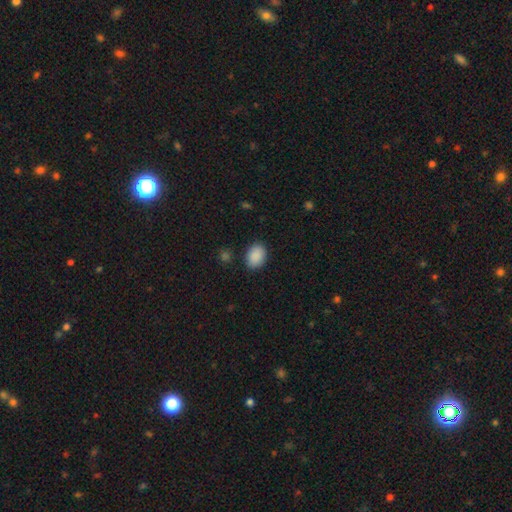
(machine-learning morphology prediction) A smooth galaxy with no disk features (90%) that is in between round and cigar-shaped (73%). Merging: none (86%).